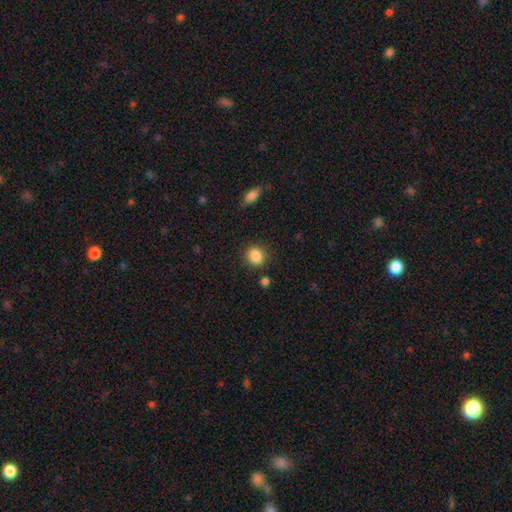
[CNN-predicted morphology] type=smooth (87%); roundness=round (75%); merging=none (85%).